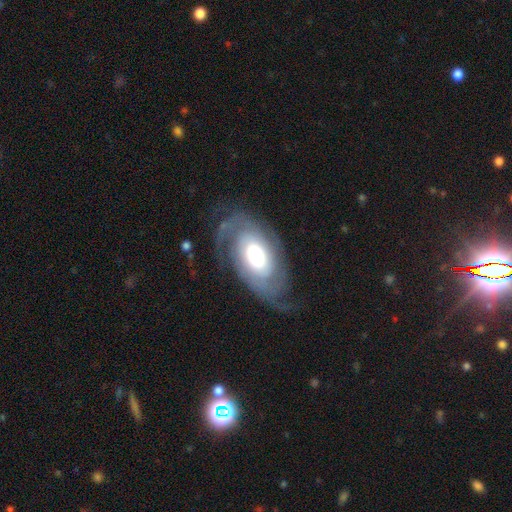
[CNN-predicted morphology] Smooth or featured: featured or disk — 83% (smooth — 12%)
Edge-on disk: no — 96% (yes — 4%)
Bar: no — 66% (weak — 25%)
Spiral arms: yes — 95% (no — 5%)
Spiral winding: tight — 46% (medium — 39%)
Spiral arm count: 2 — 75% (can't tell — 10%)
Bulge size: large — 45% (moderate — 38%)
Merging: none — 70% (minor disturbance — 17%)